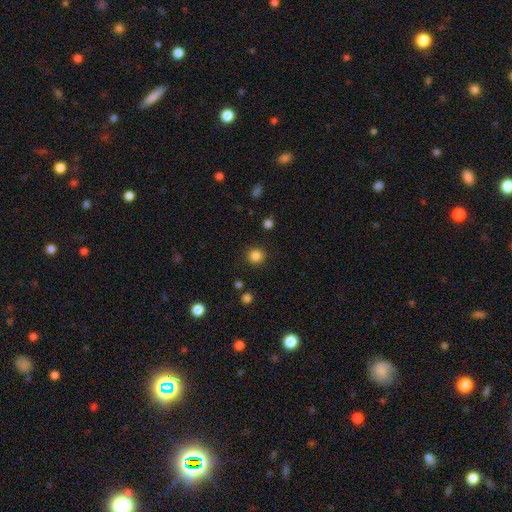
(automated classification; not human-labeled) The model was most divided on "smooth or featured": smooth: 84%, star or artifact: 12%, featured or disk: 4%. More confident: how rounded — round (94%); merging — none (91%).